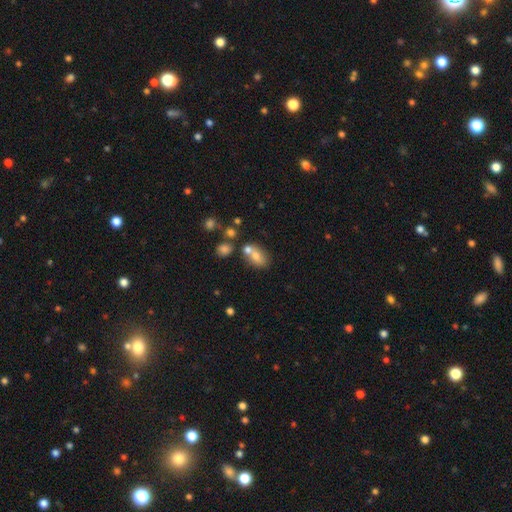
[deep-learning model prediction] Overall: smooth (69%). How rounded: in between (76%). Merging: none (42%; merger 40%).